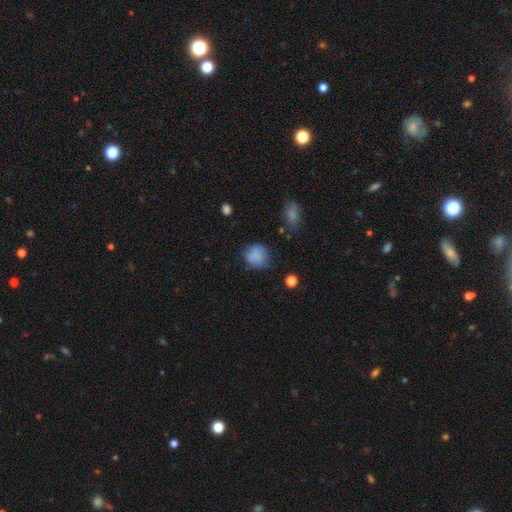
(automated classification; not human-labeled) A smooth galaxy with no disk features (83%) that is round (82%).

Vote fractions:
- Smooth or featured? smooth: 83% / star or artifact: 10% / featured or disk: 7%
- How rounded? round: 82% / in between: 17% / cigar-shaped: 1%
- Merging? none: 68% / minor disturbance: 22% / major disturbance: 7% / merger: 2%